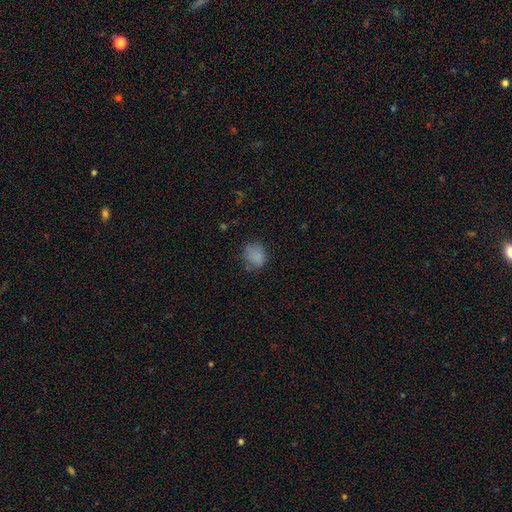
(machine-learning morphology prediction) smooth-or-featured: smooth: 80% | star or artifact: 12% | featured or disk: 9%
  how-rounded: round: 57% | in between: 42% | cigar-shaped: 1%
  merging: none: 63% | minor disturbance: 25% | major disturbance: 9% | merger: 3%